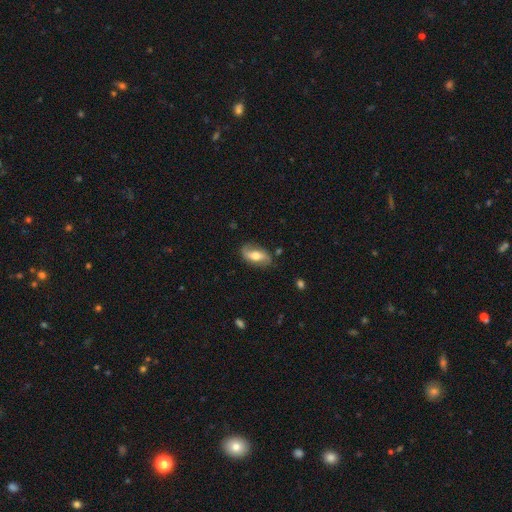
A featured or disk galaxy (62%) with a weak bar (40%), 2 (84%) loose (63%) spiral arms (95%) and a moderate central bulge (80%). Merging: none (84%).